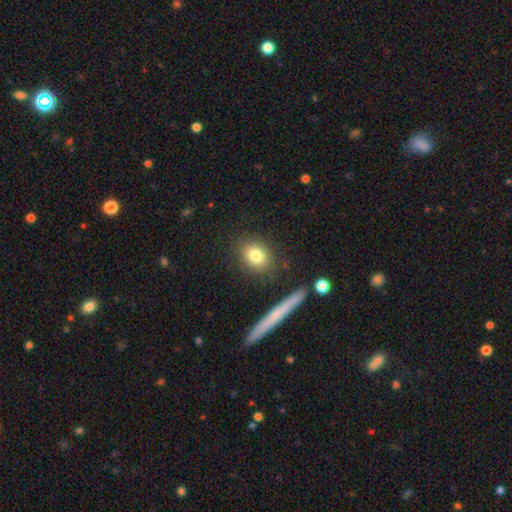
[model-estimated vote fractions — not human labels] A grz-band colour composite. It shows a smooth galaxy with no disk features (81%) that is round (64%). Merging: none (84%).